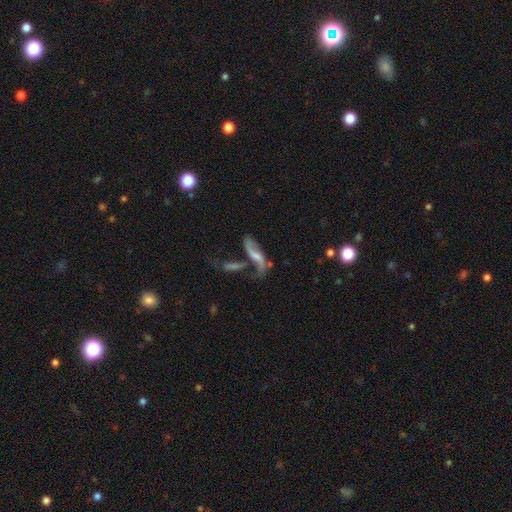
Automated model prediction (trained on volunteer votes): Morphology: type=featured or disk (65%); edge-on=no (83%); bar=no (52%); spiral arms=yes (80%); bulge=small (37%); merging=merger (32%).